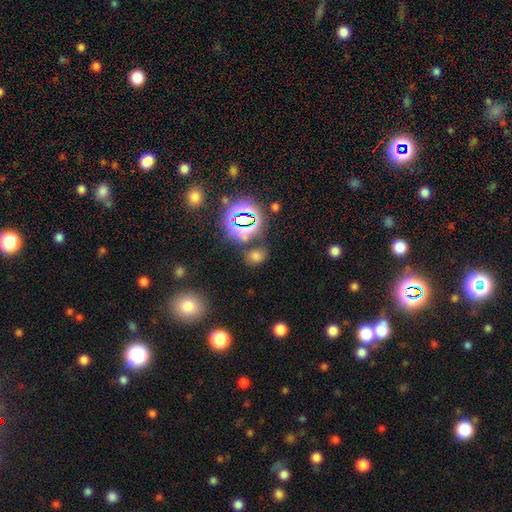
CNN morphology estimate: Smooth or featured: smooth — 57% (star or artifact — 36%)
How rounded: in between — 58% (round — 40%)
Merging: none — 73% (minor disturbance — 14%)